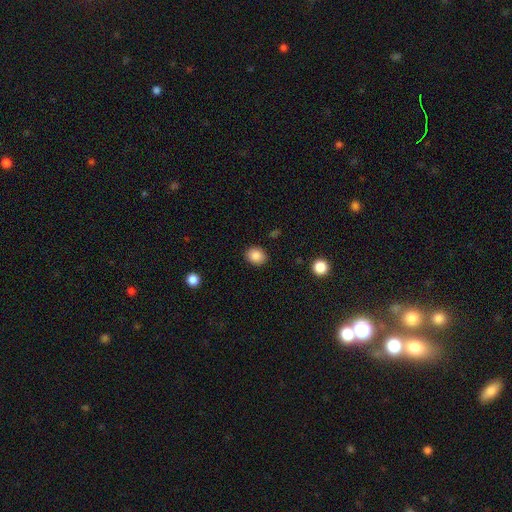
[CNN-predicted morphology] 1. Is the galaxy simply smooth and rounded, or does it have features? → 87% smooth, 9% star or artifact, 4% featured or disk.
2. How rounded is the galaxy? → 51% round, 48% in between, 1% cigar-shaped.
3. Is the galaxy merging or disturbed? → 88% none, 8% minor disturbance, 2% major disturbance, 1% merger.